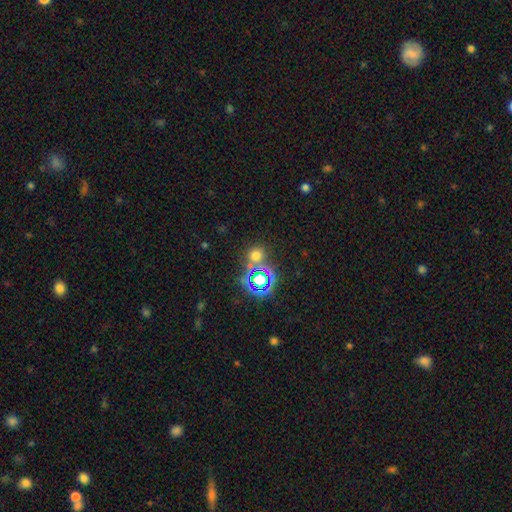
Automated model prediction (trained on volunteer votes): Smooth or featured?
  - smooth: 54% *
  - star or artifact: 39%
  - featured or disk: 6%
How rounded?
  - round: 84% *
  - in between: 14%
  - cigar-shaped: 1%
Merging?
  - none: 71% *
  - merger: 16%
  - minor disturbance: 8%
  - major disturbance: 4%